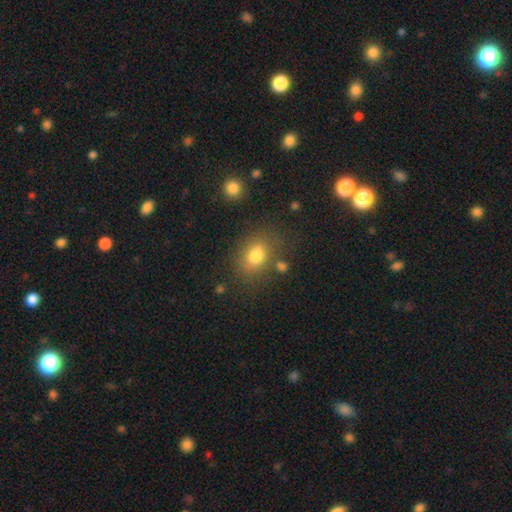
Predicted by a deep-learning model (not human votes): smooth 77%, star or artifact 12%, featured or disk 11%. Down the decision tree: how rounded — in between (64%); merging — none (72%).